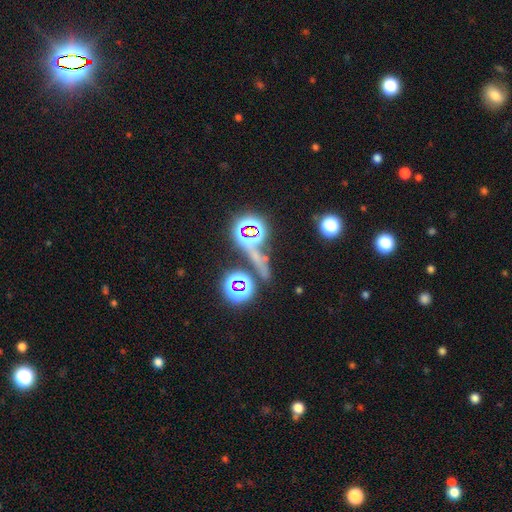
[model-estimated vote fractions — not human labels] Morphology: type=star or artifact (68%).